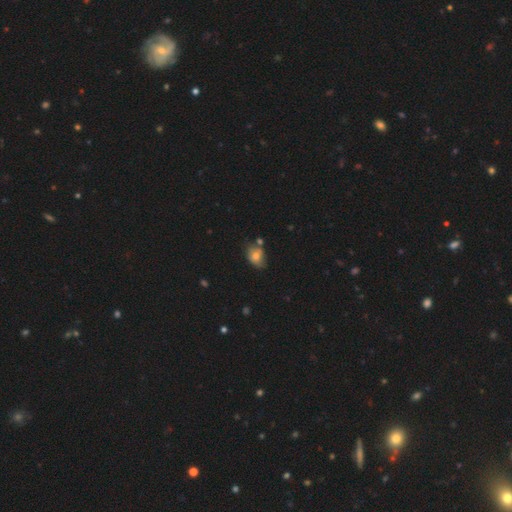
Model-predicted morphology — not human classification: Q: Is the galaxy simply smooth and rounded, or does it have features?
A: smooth — 70%.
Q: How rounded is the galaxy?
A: in between — 68%.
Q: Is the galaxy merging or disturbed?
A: none — 55%.